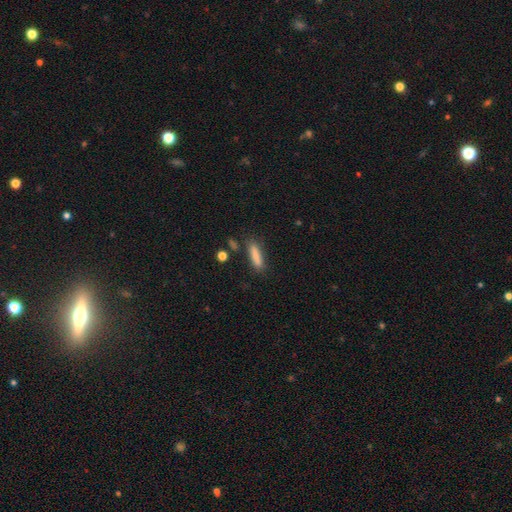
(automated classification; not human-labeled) Smooth or featured?
  - smooth: 84% *
  - featured or disk: 8%
  - star or artifact: 8%
How rounded?
  - cigar-shaped: 74% *
  - in between: 24%
  - round: 2%
Merging?
  - none: 78% *
  - minor disturbance: 14%
  - major disturbance: 4%
  - merger: 4%